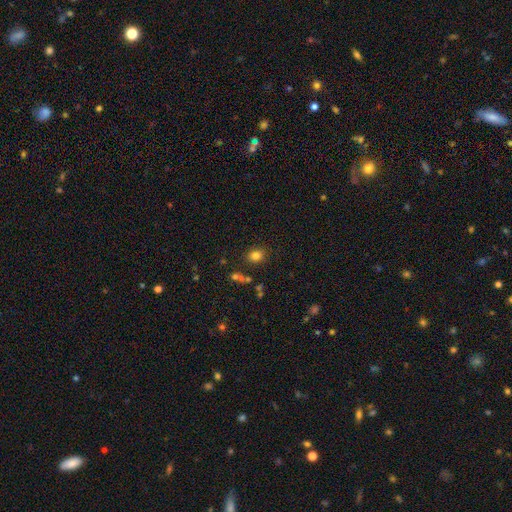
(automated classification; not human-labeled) smooth 80%, star or artifact 14%, featured or disk 7%. Down the decision tree: how rounded — round (54%); merging — none (82%).